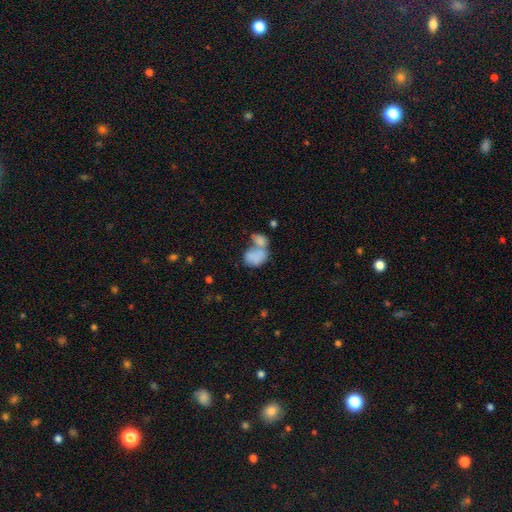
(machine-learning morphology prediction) Smooth or featured?
  - smooth: 78% *
  - featured or disk: 15%
  - star or artifact: 7%
How rounded?
  - in between: 79% *
  - round: 20%
  - cigar-shaped: 1%
Merging?
  - merger: 64% *
  - none: 17%
  - minor disturbance: 10%
  - major disturbance: 9%